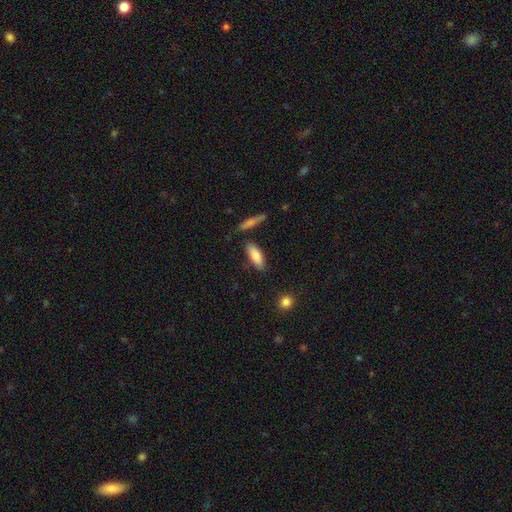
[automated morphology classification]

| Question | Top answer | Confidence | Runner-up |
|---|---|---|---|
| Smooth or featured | smooth | 80% | featured or disk (14%) |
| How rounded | in between | 70% | cigar-shaped (28%) |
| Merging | none | 76% | minor disturbance (15%) |